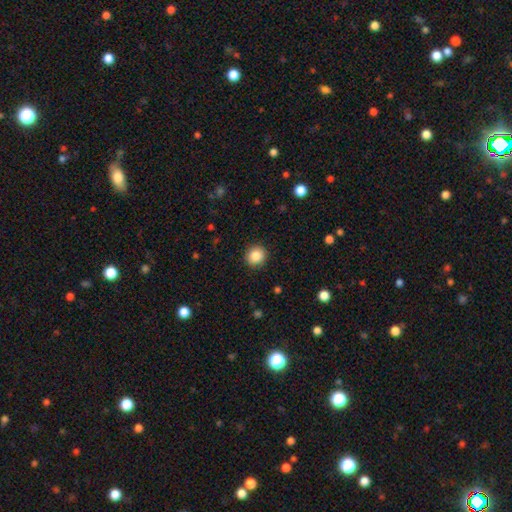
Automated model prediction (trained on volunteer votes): smooth-or-featured: smooth: 87% | star or artifact: 9% | featured or disk: 4%
  how-rounded: round: 90% | in between: 9% | cigar-shaped: 1%
  merging: none: 91% | minor disturbance: 6% | major disturbance: 2% | merger: 1%